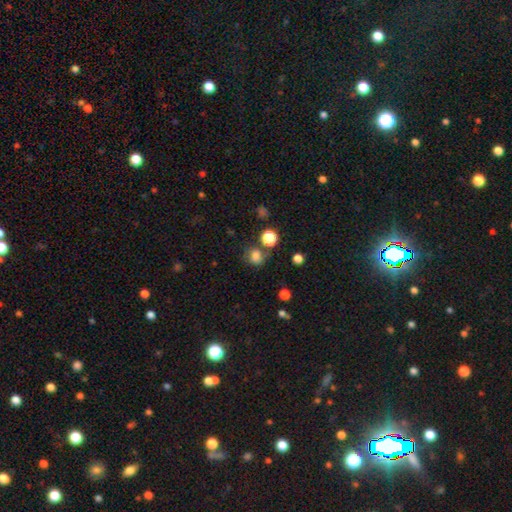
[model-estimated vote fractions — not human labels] Morphology: type=smooth (76%); roundness=round (73%); merging=none (65%).